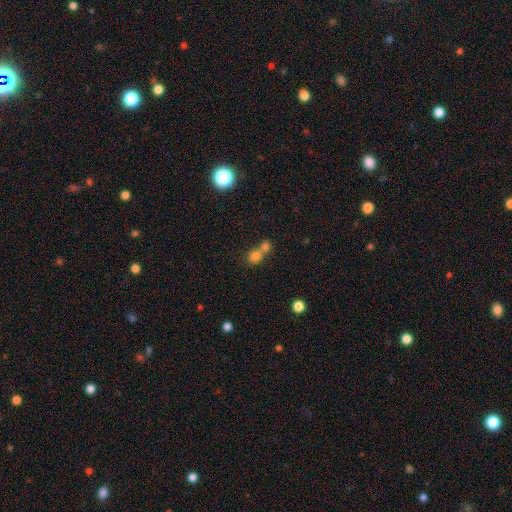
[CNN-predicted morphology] smooth-or-featured: smooth: 76% | star or artifact: 14% | featured or disk: 11%
  how-rounded: round: 73% | in between: 25% | cigar-shaped: 2%
  merging: merger: 63% | none: 29% | minor disturbance: 5% | major disturbance: 3%